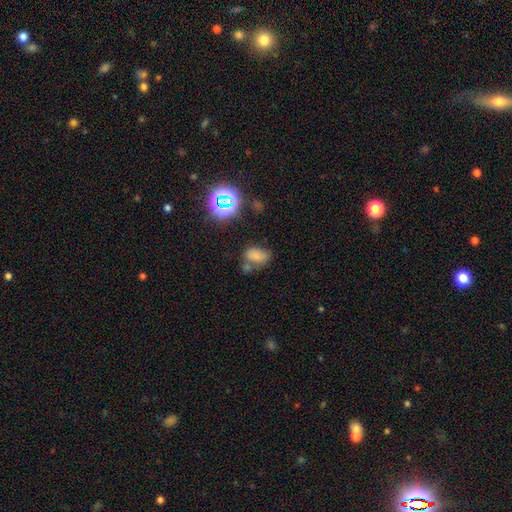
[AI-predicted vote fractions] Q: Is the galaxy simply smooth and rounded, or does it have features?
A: smooth — 66%.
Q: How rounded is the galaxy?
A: in between — 83%.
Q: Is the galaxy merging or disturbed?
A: none — 44%.